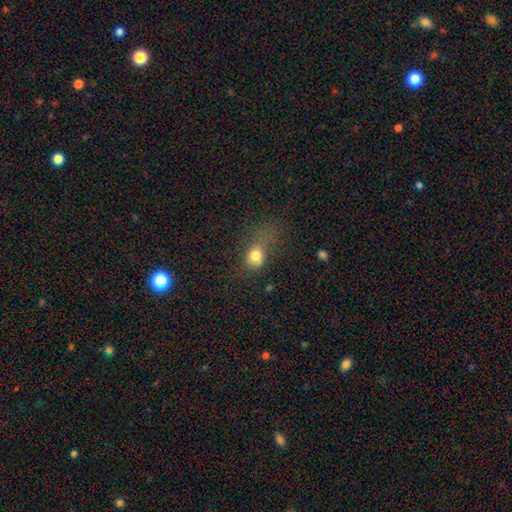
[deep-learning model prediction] A smooth galaxy with no disk features (75%) that is round (50%).

Vote fractions:
- Smooth or featured? smooth: 75% / star or artifact: 14% / featured or disk: 12%
- How rounded? round: 50% / in between: 48% / cigar-shaped: 2%
- Merging? major disturbance: 39% / none: 28% / minor disturbance: 26% / merger: 7%